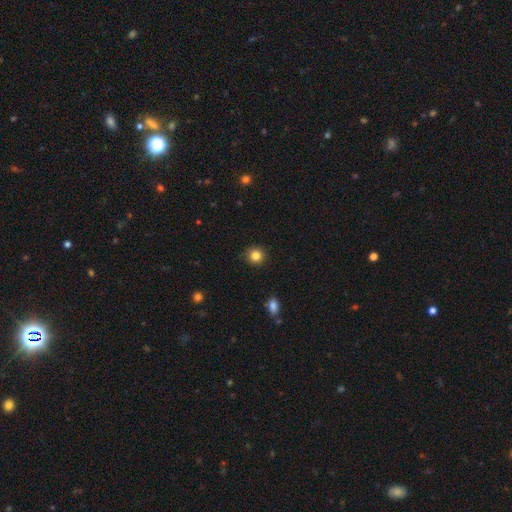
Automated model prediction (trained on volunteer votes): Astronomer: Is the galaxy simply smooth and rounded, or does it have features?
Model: smooth — 84%.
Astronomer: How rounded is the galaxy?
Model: round — 91%.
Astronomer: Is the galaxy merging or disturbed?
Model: none — 90%.